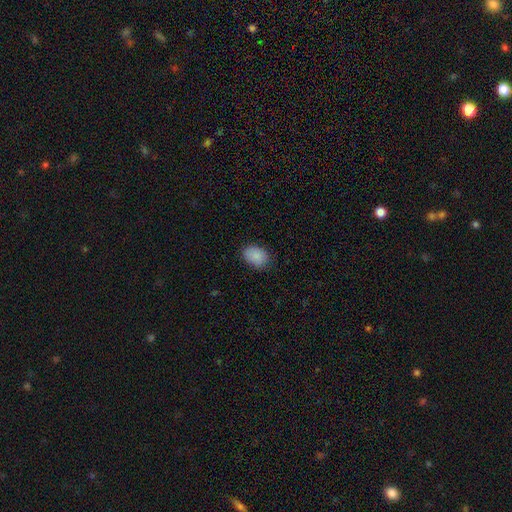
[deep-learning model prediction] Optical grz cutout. It shows a smooth galaxy with no disk features (88%) that is in between round and cigar-shaped (77%). Merging: none (80%).